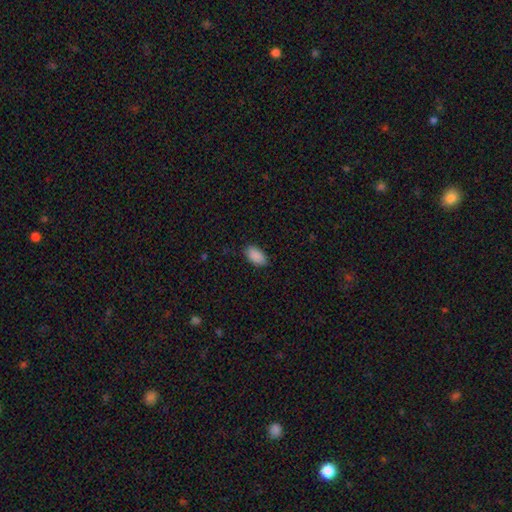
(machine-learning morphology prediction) smooth 90%, star or artifact 7%, featured or disk 3%. Down the decision tree: how rounded — in between (94%); merging — none (85%).